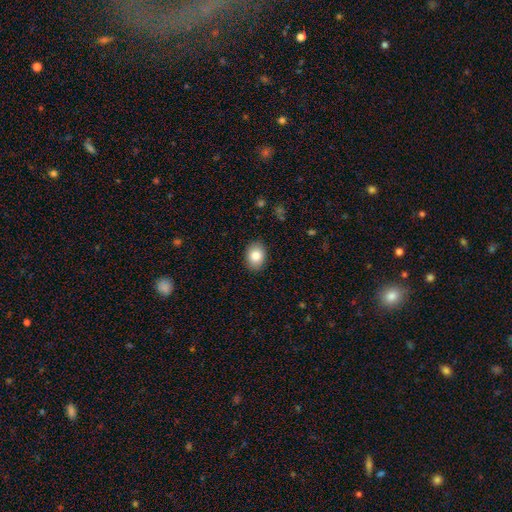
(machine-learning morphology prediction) A smooth galaxy with no disk features (84%) that is in between round and cigar-shaped (66%). Merging: none (89%).